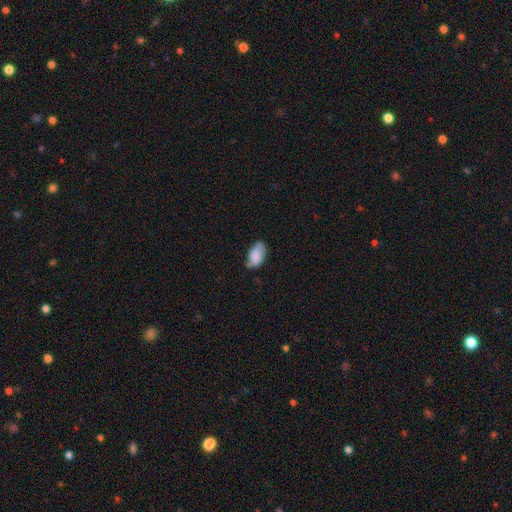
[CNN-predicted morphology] Smooth or featured: smooth — 82% (featured or disk — 11%)
How rounded: in between — 94% (round — 5%)
Merging: none — 54% (minor disturbance — 34%)